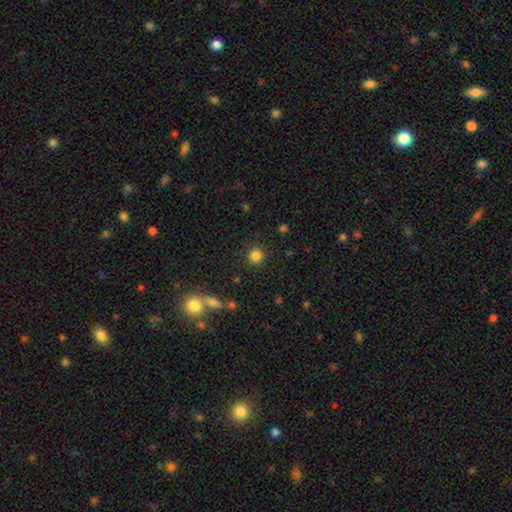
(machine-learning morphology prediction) The model was most divided on "smooth or featured": smooth: 83%, star or artifact: 12%, featured or disk: 5%. More confident: how rounded — round (92%); merging — none (89%).